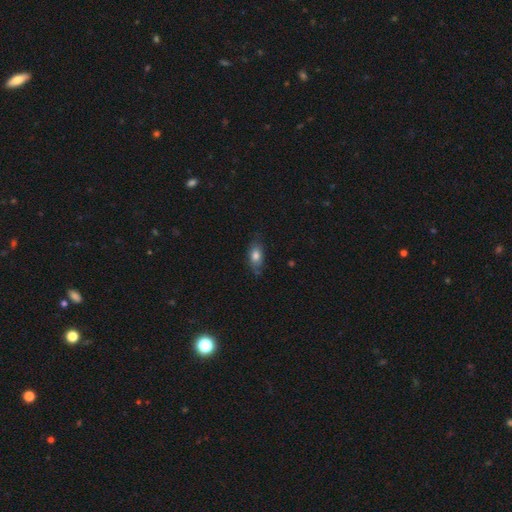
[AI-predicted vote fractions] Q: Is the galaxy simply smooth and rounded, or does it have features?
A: smooth — 75%.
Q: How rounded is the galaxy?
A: in between — 85%.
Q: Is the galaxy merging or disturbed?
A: none — 68%.